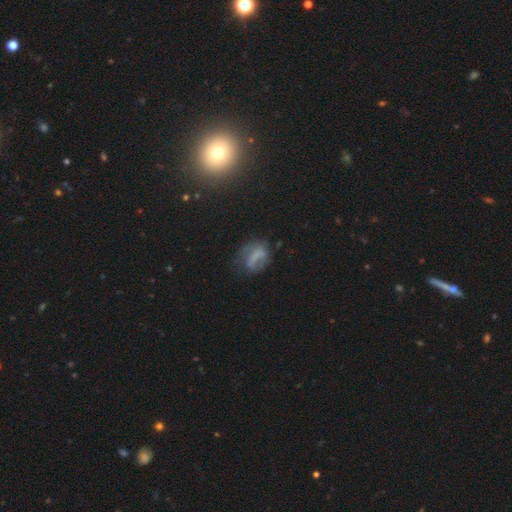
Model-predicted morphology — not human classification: Smooth or featured: smooth — 48% (featured or disk — 37%)
Merging: none — 48% (minor disturbance — 27%)